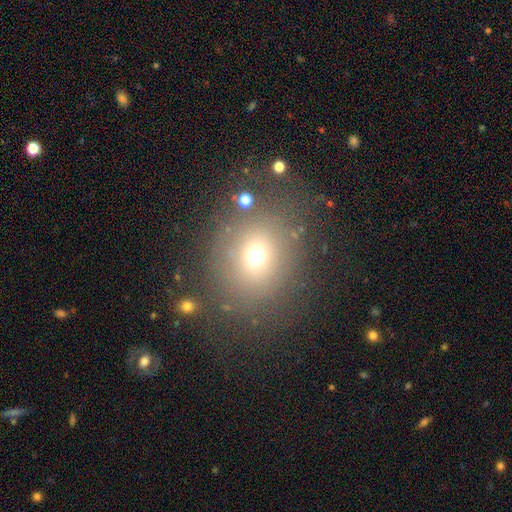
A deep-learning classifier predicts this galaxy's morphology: This appears to be a smooth galaxy with no disk features (67%) that is round (79%). Merging: none (77%).